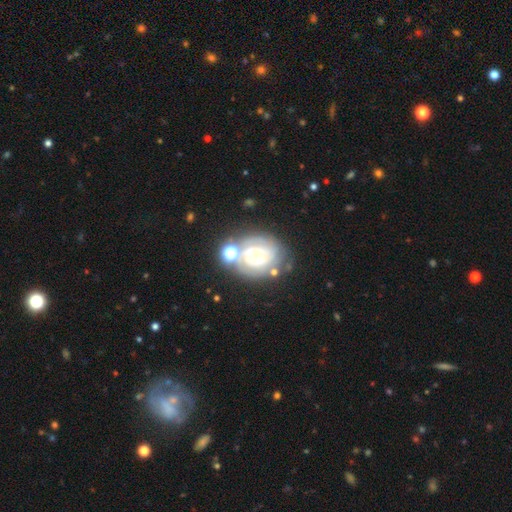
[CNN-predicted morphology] The model was most divided on "bulge size": small: 50%, moderate: 36%, large: 8%, none: 4%, dominant: 2%. More confident: edge-on disk — no (97%); spiral arms — yes (70%); smooth or featured — featured or disk (66%); bar — no (64%); merging — none (54%).